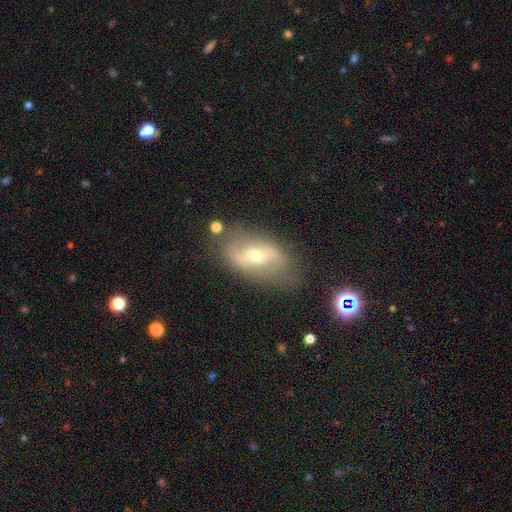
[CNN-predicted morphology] type=featured or disk (68%); edge-on=no (90%); bar=strong (42%); spiral arms=yes (65%); bulge=moderate (58%); merging=none (68%).